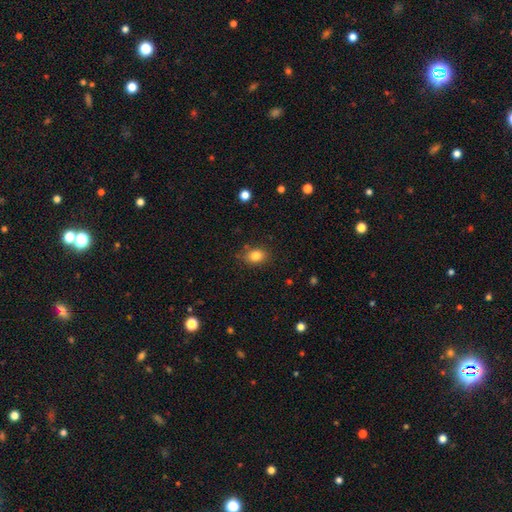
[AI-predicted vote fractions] A smooth galaxy with no disk features (83%) that is in between round and cigar-shaped (65%).

Vote fractions:
- Smooth or featured? smooth: 83% / star or artifact: 10% / featured or disk: 7%
- How rounded? in between: 65% / round: 34% / cigar-shaped: 1%
- Merging? none: 82% / minor disturbance: 13% / major disturbance: 3% / merger: 2%